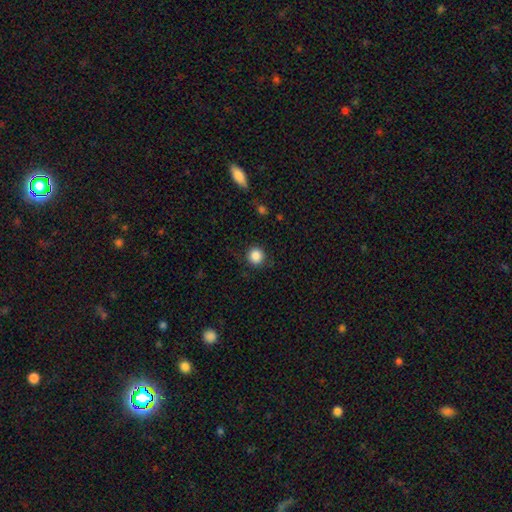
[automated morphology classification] A smooth galaxy with no disk features (87%) that is round (93%). Merging: none (88%).